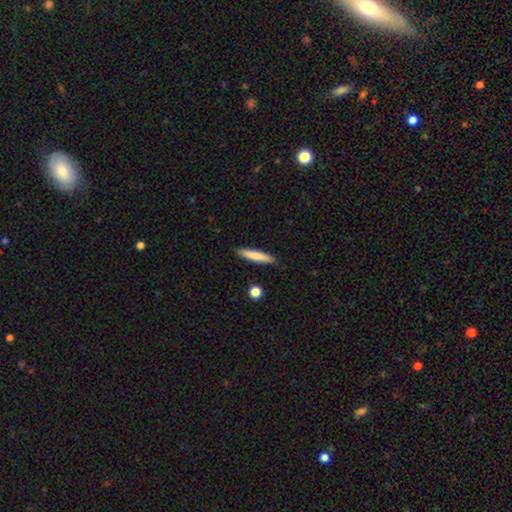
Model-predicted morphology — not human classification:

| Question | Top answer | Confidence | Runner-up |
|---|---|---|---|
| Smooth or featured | smooth | 76% | featured or disk (18%) |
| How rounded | cigar-shaped | 90% | in between (8%) |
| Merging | none | 89% | minor disturbance (8%) |